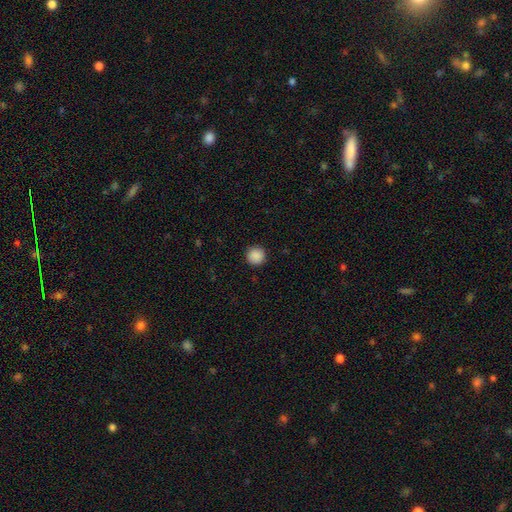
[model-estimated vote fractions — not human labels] Morphology: type=smooth (89%); roundness=round (96%); merging=none (92%).